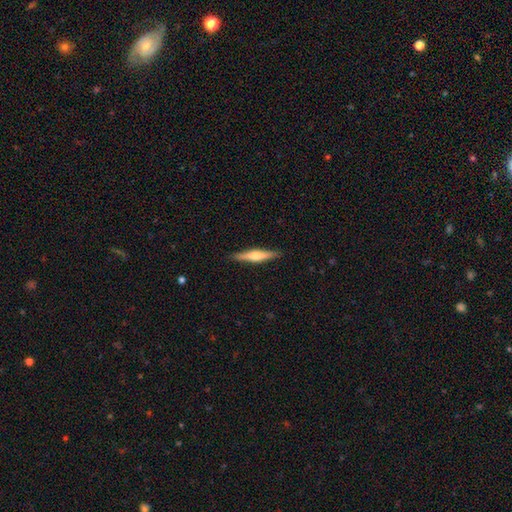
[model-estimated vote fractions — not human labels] This is possibly a featured or disk galaxy (54%). It is clearly viewed edge-on (96%). Edge-on bulge: clearly rounded (86%). Merging: clearly none (90%).